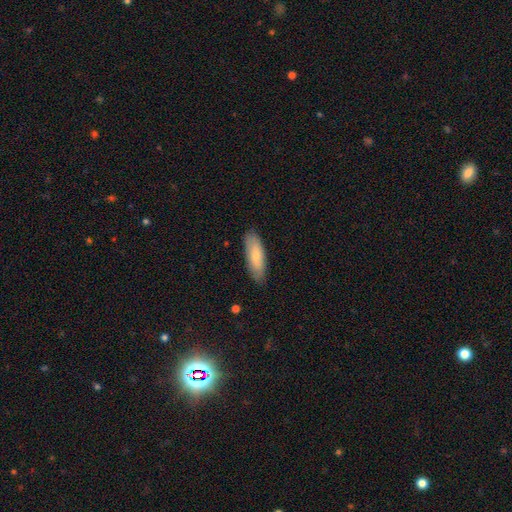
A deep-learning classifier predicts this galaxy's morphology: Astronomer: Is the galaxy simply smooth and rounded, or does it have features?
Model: smooth — 75%.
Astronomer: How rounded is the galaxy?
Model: in between — 57% (runner-up: cigar-shaped, 41%).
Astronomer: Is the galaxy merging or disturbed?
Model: none — 84%.